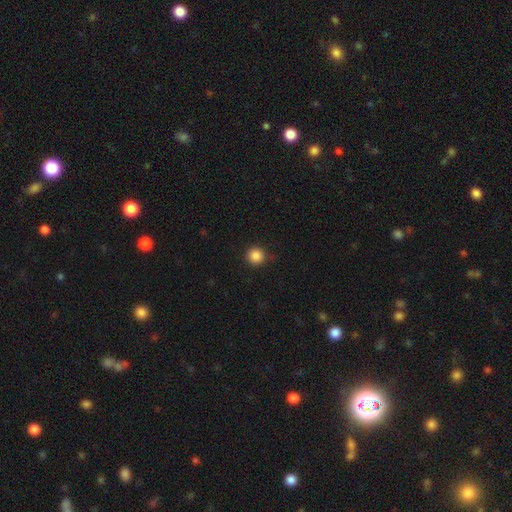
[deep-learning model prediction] Smooth or featured?
  - smooth: 86% *
  - star or artifact: 11%
  - featured or disk: 3%
How rounded?
  - round: 95% *
  - in between: 4%
  - cigar-shaped: 1%
Merging?
  - none: 88% *
  - minor disturbance: 9%
  - major disturbance: 2%
  - merger: 1%